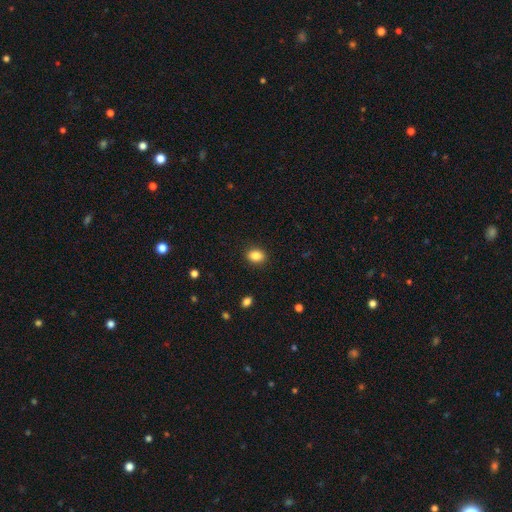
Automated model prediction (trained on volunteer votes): Smooth or featured? smooth (86%)
How rounded? in between (68%)
Merging? none (89%)